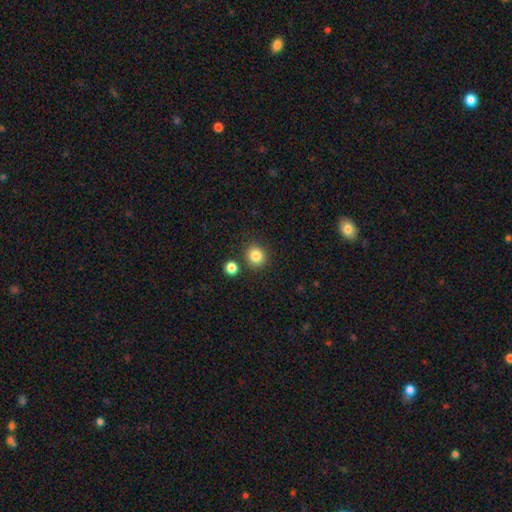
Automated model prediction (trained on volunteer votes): This is clearly a smooth galaxy (84%). How rounded: clearly round (87%). Merging: clearly none (84%).